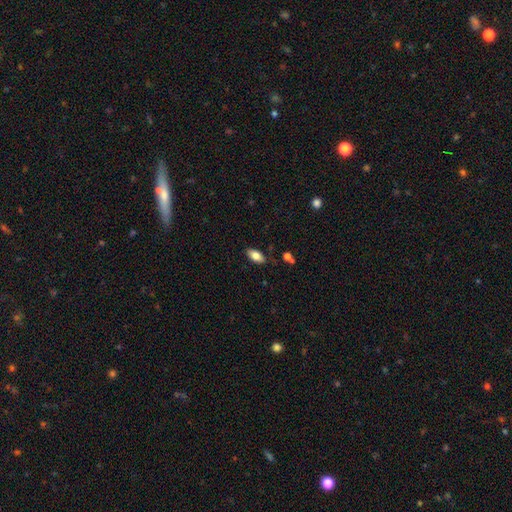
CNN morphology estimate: This appears to be a smooth galaxy with no disk features (79%) that is in between round and cigar-shaped (89%). Merging: none (83%).